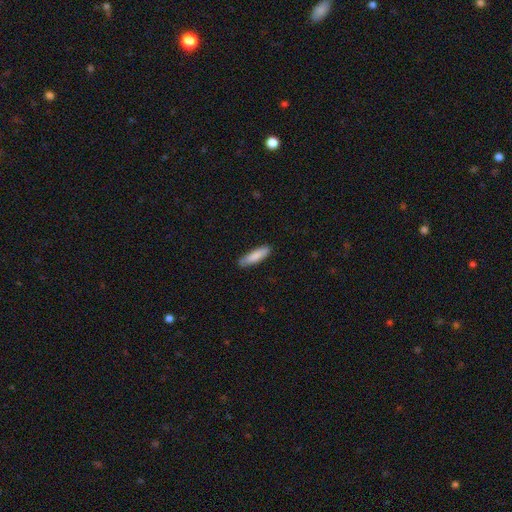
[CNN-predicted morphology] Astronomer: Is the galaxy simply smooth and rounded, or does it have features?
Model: smooth — 85%.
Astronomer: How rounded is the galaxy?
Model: cigar-shaped — 66%.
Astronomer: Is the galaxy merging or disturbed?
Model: none — 86%.